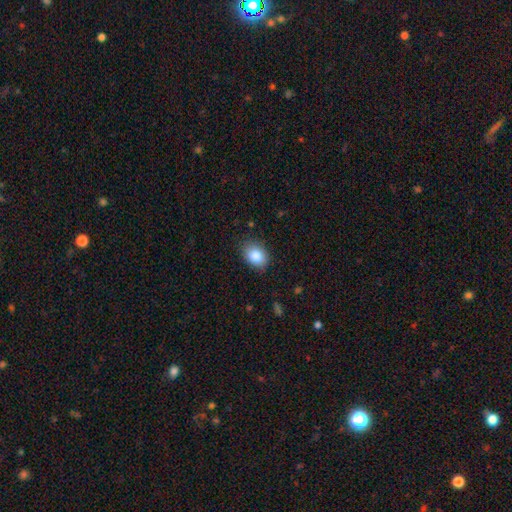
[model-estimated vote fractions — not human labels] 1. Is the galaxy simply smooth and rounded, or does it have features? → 85% smooth, 8% star or artifact, 7% featured or disk.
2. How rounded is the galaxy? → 71% in between, 28% round, 1% cigar-shaped.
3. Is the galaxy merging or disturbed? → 82% none, 14% minor disturbance, 3% major disturbance, 1% merger.